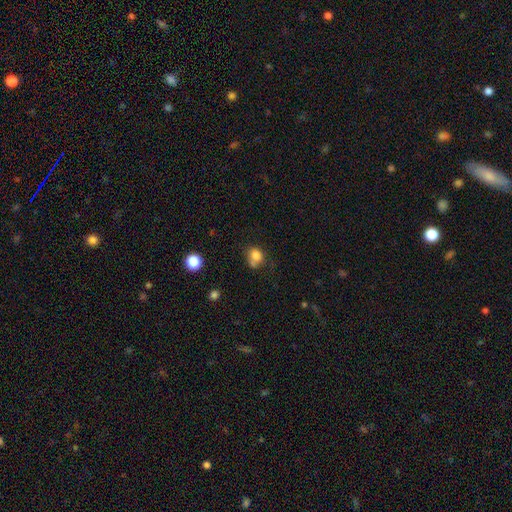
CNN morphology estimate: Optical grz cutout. It shows a smooth galaxy with no disk features (78%) that is round (61%). Merging: none (44%).